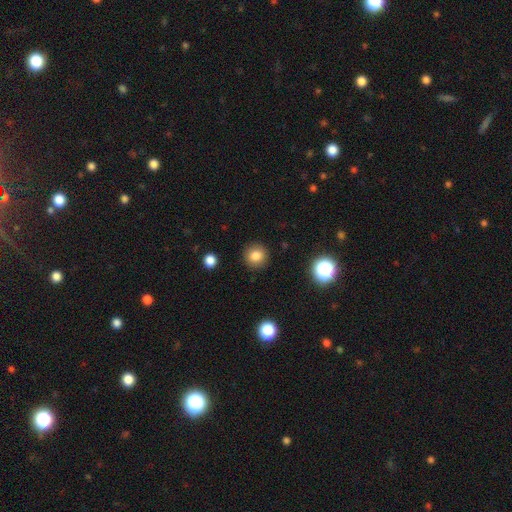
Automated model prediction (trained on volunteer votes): smooth_or_featured: smooth (p=0.83) [alt: star or artifact p=0.12]
how_rounded: round (p=0.91) [alt: in between p=0.08]
merging: none (p=0.91) [alt: minor disturbance p=0.06]